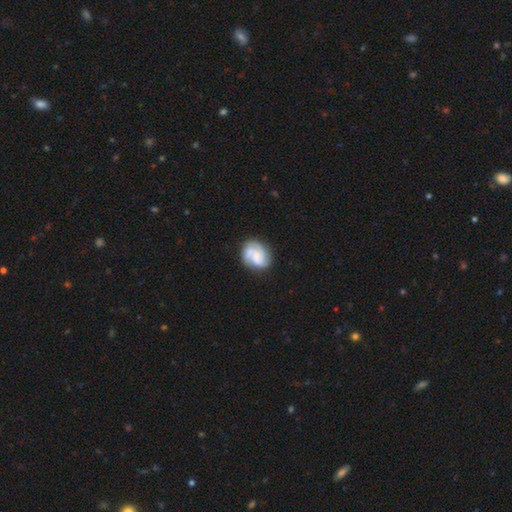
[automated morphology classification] smooth-or-featured: featured or disk: 63% | smooth: 30% | star or artifact: 7%
  disk-edge-on: no: 98% | yes: 2%
    bar: no: 65% | weak: 29% | strong: 6%
    has-spiral-arms: yes: 91% | no: 9%
      spiral-winding: tight: 42% | medium: 41% | loose: 17%
      spiral-arm-count: 3: 39% | 2: 30% | can't tell: 16% | 1: 7% | 4: 5% | more than 4: 3%
    bulge-size: none: 35% | small: 32% | moderate: 22% | large: 9% | dominant: 2%
  merging: none: 67% | minor disturbance: 20% | major disturbance: 9% | merger: 4%